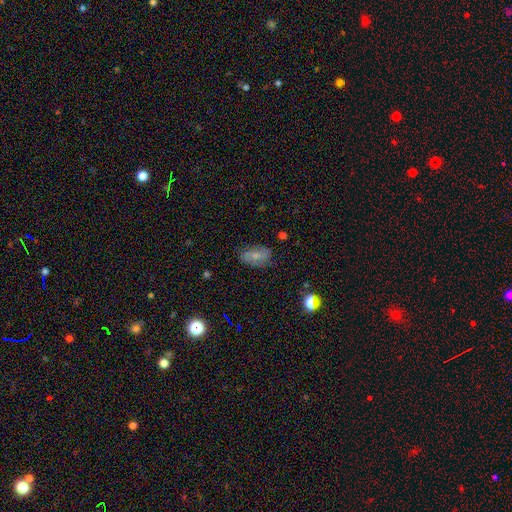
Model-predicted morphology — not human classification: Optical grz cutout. It shows a smooth galaxy with no disk features (55%) that is in between round and cigar-shaped (89%). Merging: none (75%).